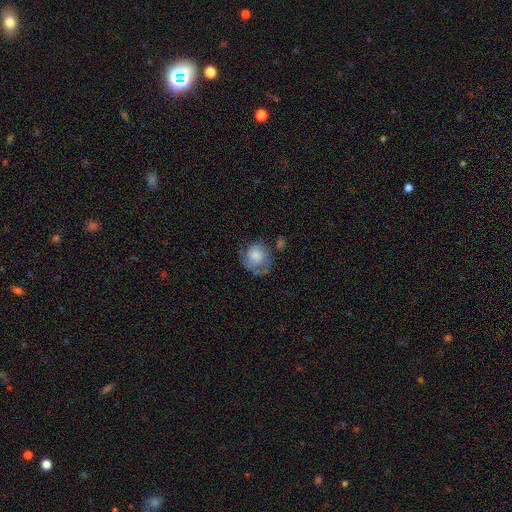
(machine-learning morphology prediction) featured or disk 50%, smooth 42%, star or artifact 8%. Down the decision tree: edge-on disk — no (97%); merging — none (57%).